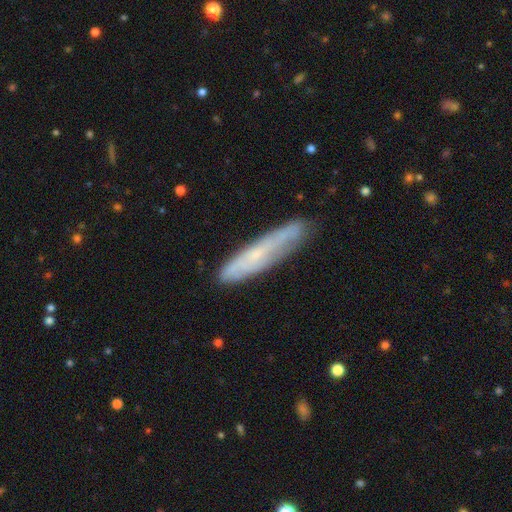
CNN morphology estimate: This appears to be a featured or disk galaxy (51%) viewed edge-on (61%). Merging: none (80%).